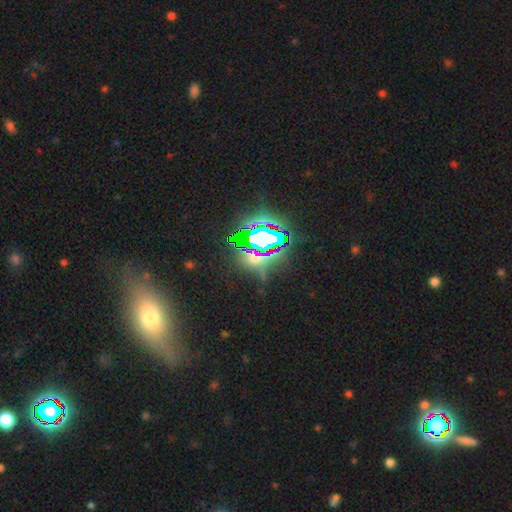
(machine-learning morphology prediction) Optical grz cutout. It shows a star or artifact, not a galaxy (76%).